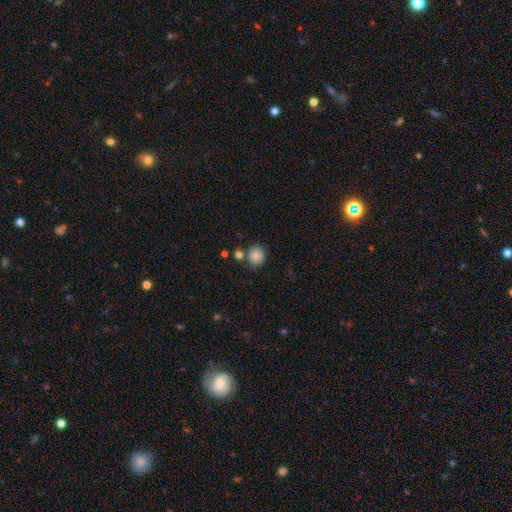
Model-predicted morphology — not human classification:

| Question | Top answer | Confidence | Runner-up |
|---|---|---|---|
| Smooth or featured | smooth | 86% | star or artifact (9%) |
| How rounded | round | 83% | in between (16%) |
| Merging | none | 72% | minor disturbance (12%) |